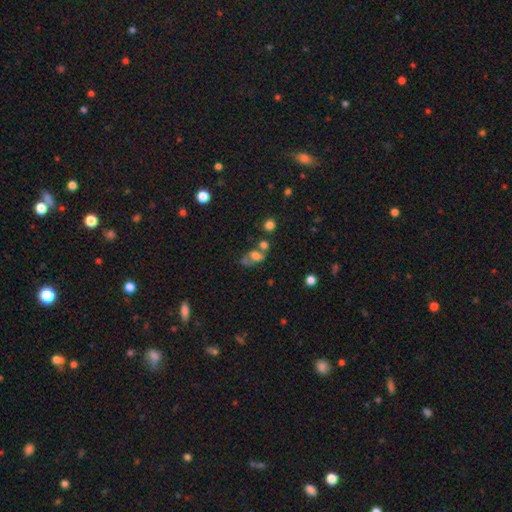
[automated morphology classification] smooth_or_featured: smooth (p=0.53) [alt: featured or disk p=0.33]
how_rounded: in between (p=0.75) [alt: round p=0.22]
merging: none (p=0.34) [alt: merger p=0.29]